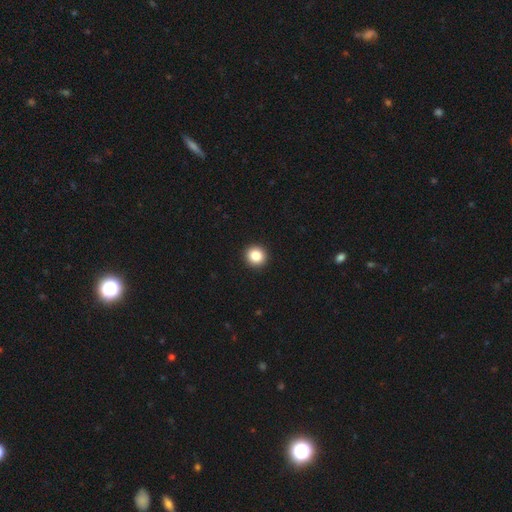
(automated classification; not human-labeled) smooth_or_featured: smooth (p=0.86) [alt: star or artifact p=0.09]
how_rounded: round (p=0.93) [alt: in between p=0.06]
merging: none (p=0.94) [alt: minor disturbance p=0.04]